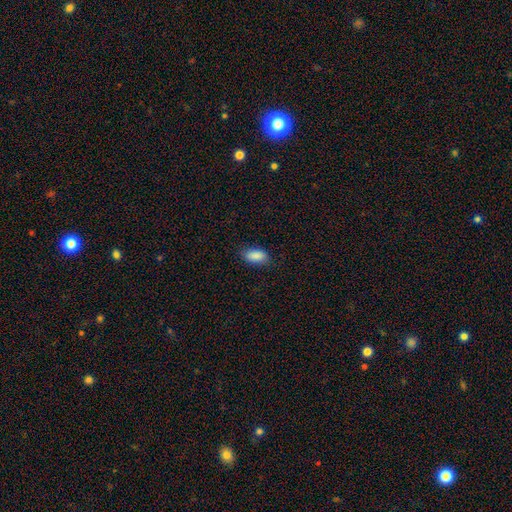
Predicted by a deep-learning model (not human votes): Smooth or featured?
  - smooth: 89% *
  - star or artifact: 7%
  - featured or disk: 4%
How rounded?
  - in between: 91% *
  - cigar-shaped: 6%
  - round: 3%
Merging?
  - none: 82% *
  - minor disturbance: 14%
  - major disturbance: 3%
  - merger: 1%